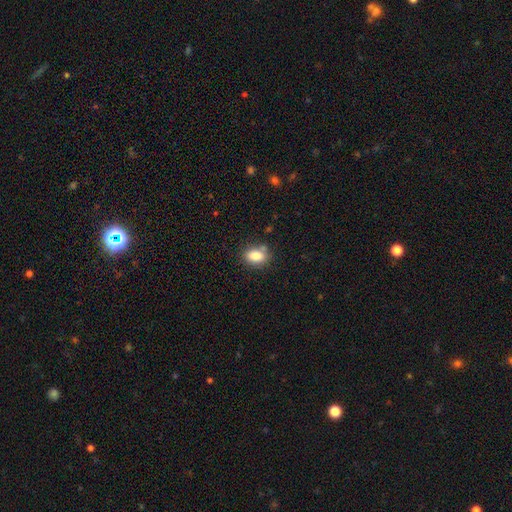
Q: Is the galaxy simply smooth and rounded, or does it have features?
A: smooth — 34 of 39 (87%).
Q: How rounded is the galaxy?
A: in between — 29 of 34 (85%).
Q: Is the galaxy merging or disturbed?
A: none — 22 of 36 (61%).